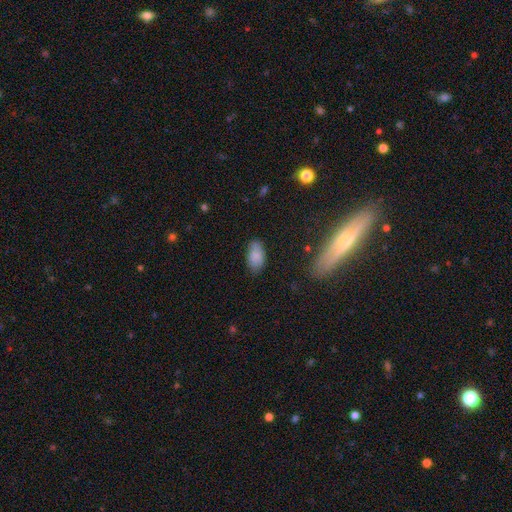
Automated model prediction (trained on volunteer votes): A smooth galaxy with no disk features (83%) that is in between round and cigar-shaped (94%). Merging: none (75%).